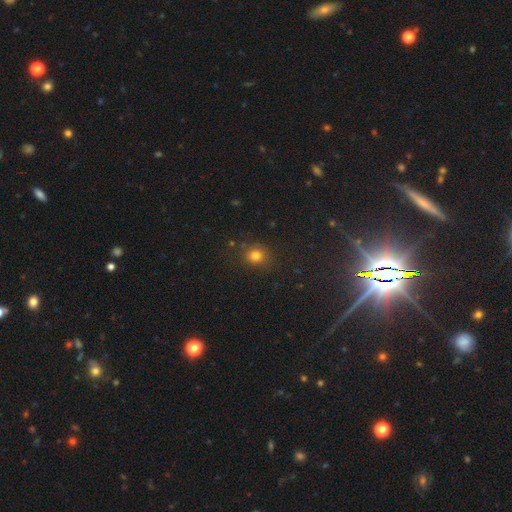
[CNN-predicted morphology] The model was most divided on "smooth or featured": smooth: 78%, star or artifact: 16%, featured or disk: 6%. More confident: how rounded — round (84%); merging — none (83%).